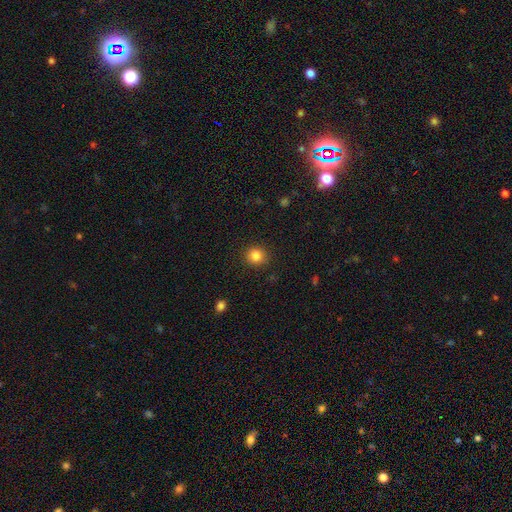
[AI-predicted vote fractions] A smooth galaxy with no disk features (85%) that is round (89%).

Vote fractions:
- Smooth or featured? smooth: 85% / star or artifact: 11% / featured or disk: 4%
- How rounded? round: 89% / in between: 10% / cigar-shaped: 1%
- Merging? none: 90% / minor disturbance: 7% / major disturbance: 2% / merger: 1%